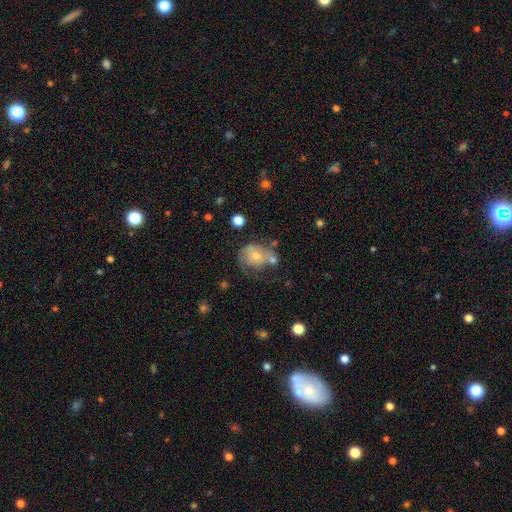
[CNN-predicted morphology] Smooth or featured?
  - smooth: 52% *
  - featured or disk: 39%
  - star or artifact: 9%
How rounded?
  - round: 64% *
  - in between: 35%
  - cigar-shaped: 1%
Merging?
  - none: 36% *
  - minor disturbance: 25%
  - major disturbance: 21%
  - merger: 17%